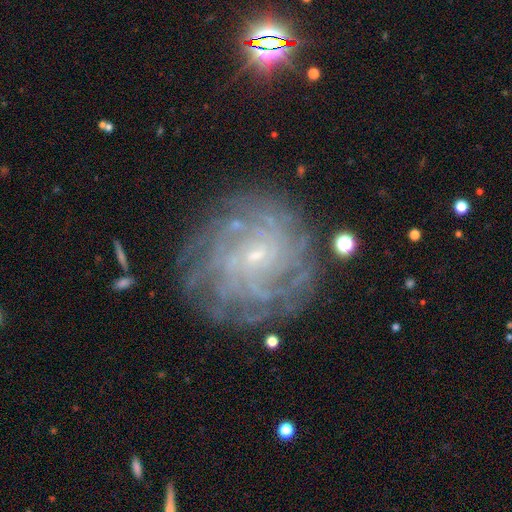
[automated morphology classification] Smooth or featured?
  - featured or disk: 81% *
  - smooth: 10%
  - star or artifact: 9%
Edge-on disk?
  - no: 97% *
  - yes: 3%
Bar?
  - no: 64% *
  - weak: 29%
  - strong: 6%
Spiral arms?
  - yes: 93% *
  - no: 7%
Spiral winding?
  - tight: 73% *
  - medium: 21%
  - loose: 6%
Spiral arm count?
  - can't tell: 37% *
  - more than 4: 24%
  - 4: 16%
  - 3: 9%
  - 2: 8%
  - 1: 7%
Bulge size?
  - small: 84% *
  - moderate: 9%
  - none: 5%
  - large: 1%
  - dominant: 1%
Merging?
  - none: 78% *
  - minor disturbance: 14%
  - major disturbance: 6%
  - merger: 2%